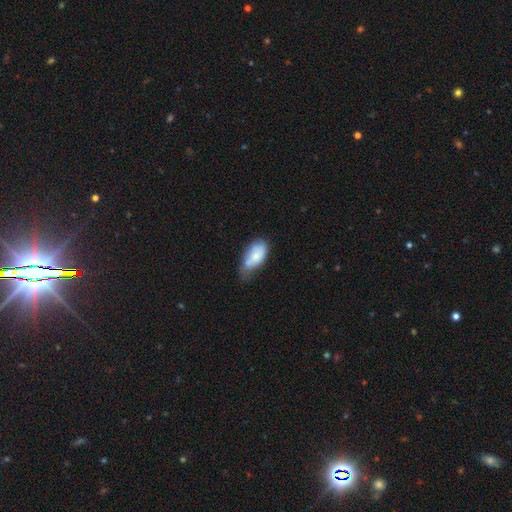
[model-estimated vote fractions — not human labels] smooth_or_featured: smooth (p=0.72) [alt: featured or disk p=0.21]
how_rounded: in between (p=0.91) [alt: cigar-shaped p=0.06]
merging: minor disturbance (p=0.43) [alt: none p=0.31]